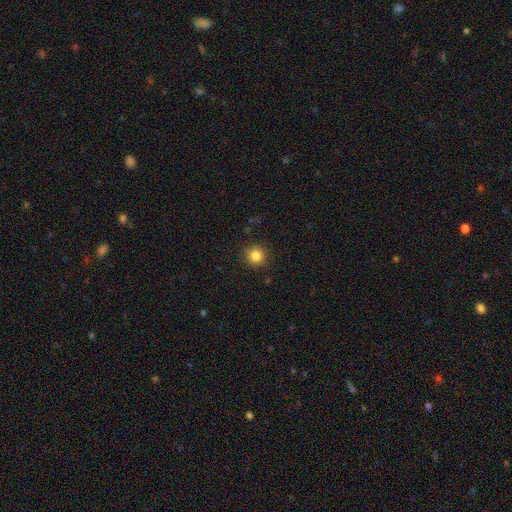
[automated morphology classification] Smooth or featured? Predicted: smooth (p=0.84). How rounded? Predicted: round (p=0.93). Merging? Predicted: none (p=0.90).